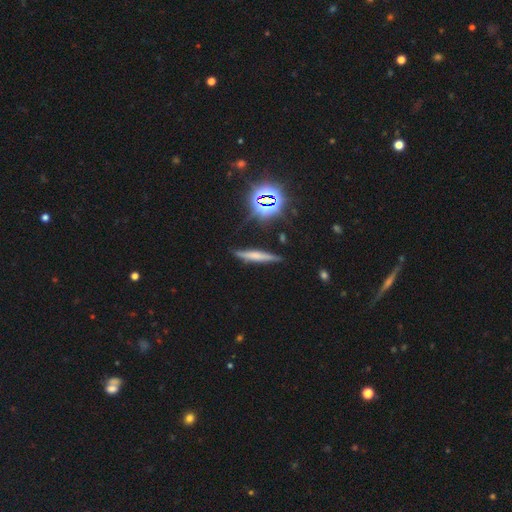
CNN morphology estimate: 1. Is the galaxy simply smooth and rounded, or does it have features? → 48% smooth, 34% featured or disk, 18% star or artifact.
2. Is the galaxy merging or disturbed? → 80% none, 14% minor disturbance, 3% major disturbance, 3% merger.